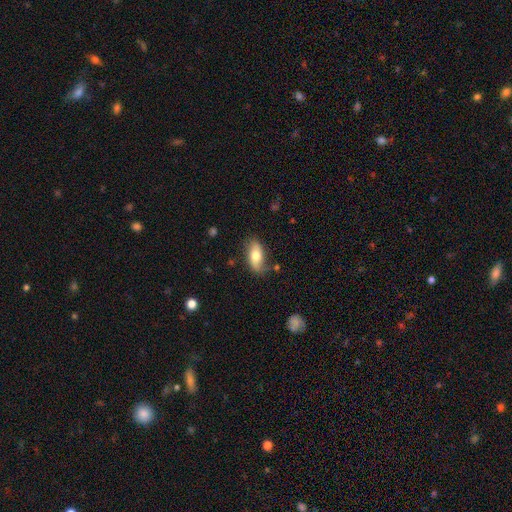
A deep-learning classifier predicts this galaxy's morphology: A smooth galaxy with no disk features (65%) that is in between round and cigar-shaped (87%). Merging: none (71%).